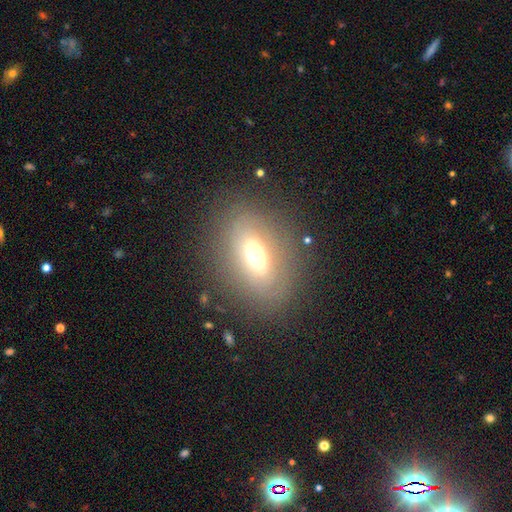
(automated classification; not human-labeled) A smooth galaxy with no disk features (47%). Merging: none (79%).